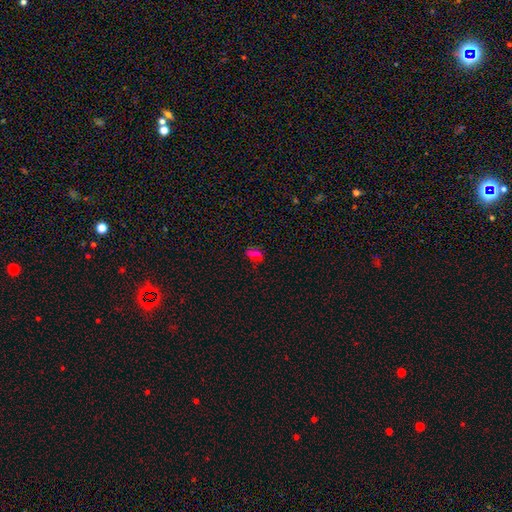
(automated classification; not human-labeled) The model was most divided on "smooth or featured": smooth: 57%, star or artifact: 28%, featured or disk: 15%. More confident: how rounded — in between (67%); merging — none (62%).